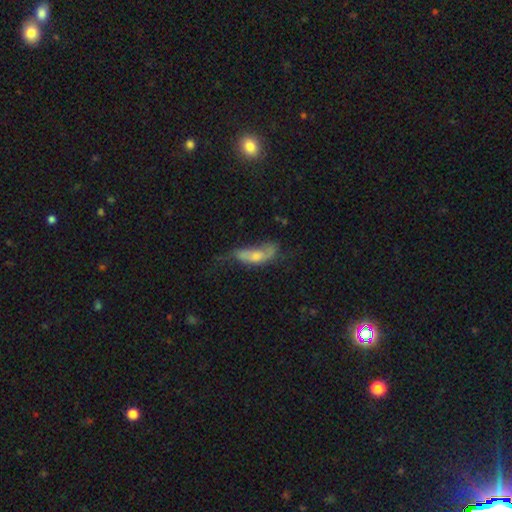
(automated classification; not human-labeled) This is possibly a featured or disk galaxy (45%, tied with smooth). Merging: marginally major disturbance (34%).